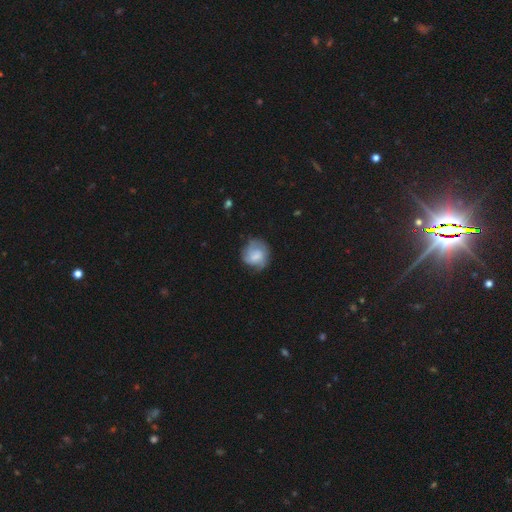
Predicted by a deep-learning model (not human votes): A smooth galaxy with no disk features (50%) that is round (77%).

Vote fractions:
- Smooth or featured? smooth: 50% / featured or disk: 42% / star or artifact: 7%
- How rounded? round: 77% / in between: 22% / cigar-shaped: 1%
- Merging? none: 61% / minor disturbance: 26% / major disturbance: 11% / merger: 2%